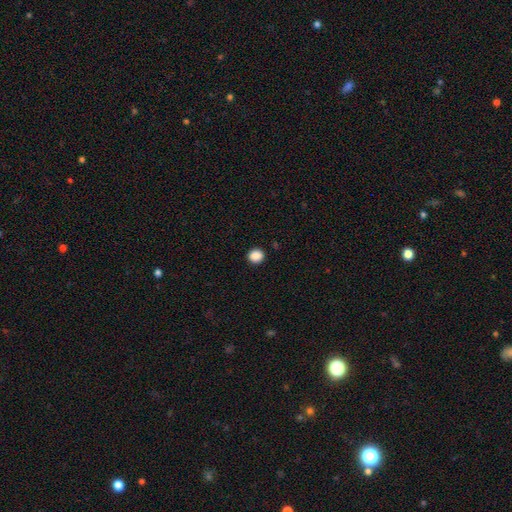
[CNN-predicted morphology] Smooth or featured?
  - smooth: 88% *
  - star or artifact: 9%
  - featured or disk: 2%
How rounded?
  - round: 85% *
  - in between: 14%
  - cigar-shaped: 1%
Merging?
  - none: 92% *
  - minor disturbance: 5%
  - major disturbance: 2%
  - merger: 1%